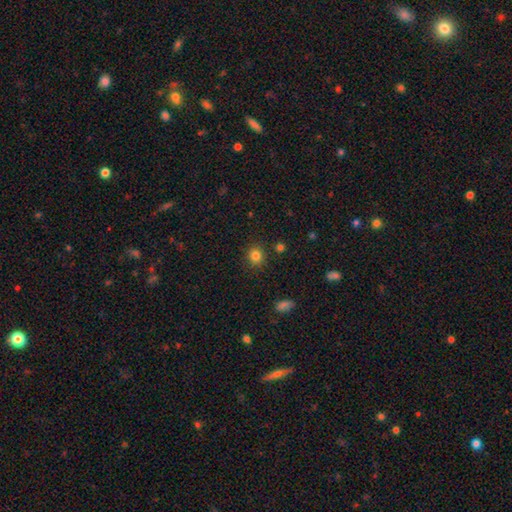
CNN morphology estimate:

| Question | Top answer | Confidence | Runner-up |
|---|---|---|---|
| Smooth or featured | smooth | 83% | star or artifact (13%) |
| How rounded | round | 84% | in between (15%) |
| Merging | none | 89% | minor disturbance (7%) |